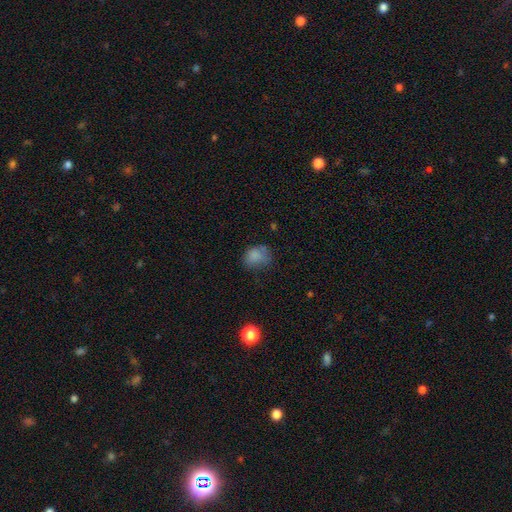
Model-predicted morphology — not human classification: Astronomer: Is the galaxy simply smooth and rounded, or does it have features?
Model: smooth — 80%.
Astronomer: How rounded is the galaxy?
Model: round — 54% (runner-up: in between, 45%).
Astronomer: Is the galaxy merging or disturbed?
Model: none — 56%.